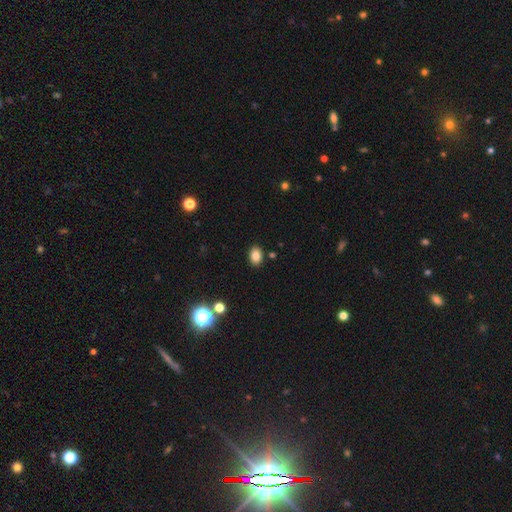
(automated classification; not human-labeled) smooth 84%, star or artifact 11%, featured or disk 6%. Down the decision tree: how rounded — in between (79%); merging — none (88%).